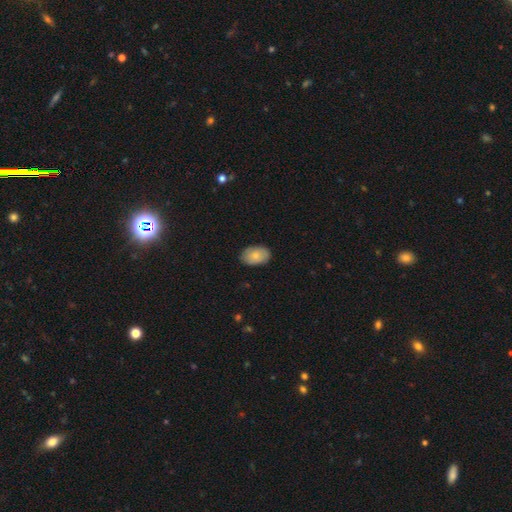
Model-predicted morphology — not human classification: type=smooth (80%); roundness=in between (87%); merging=none (84%).